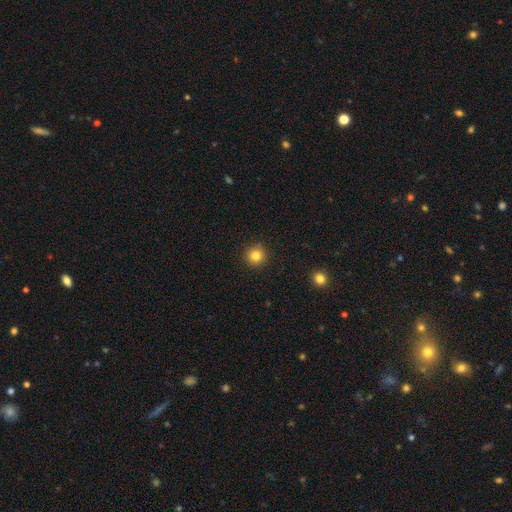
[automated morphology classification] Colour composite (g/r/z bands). It shows a smooth galaxy with no disk features (83%) that is round (95%). Merging: none (92%).